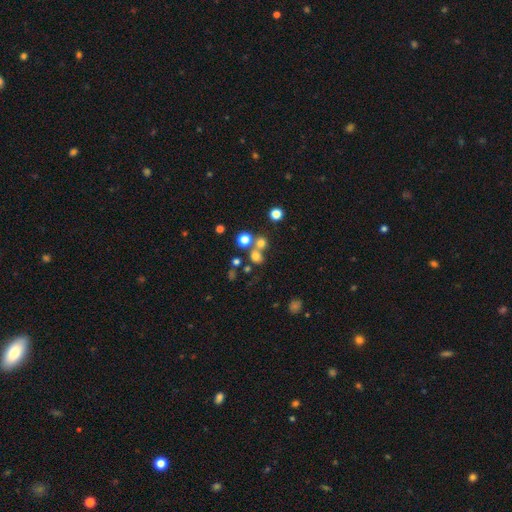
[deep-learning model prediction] A smooth galaxy with no disk features (67%) that is round (81%).

Vote fractions:
- Smooth or featured? smooth: 67% / star or artifact: 21% / featured or disk: 12%
- How rounded? round: 81% / in between: 18% / cigar-shaped: 1%
- Merging? none: 52% / merger: 36% / minor disturbance: 8% / major disturbance: 5%